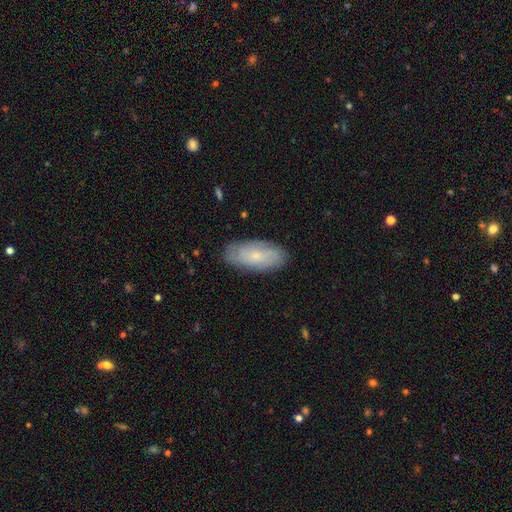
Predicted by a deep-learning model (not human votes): Smooth or featured: smooth — 51% (featured or disk — 41%)
How rounded: in between — 85% (cigar-shaped — 13%)
Merging: none — 84% (minor disturbance — 12%)